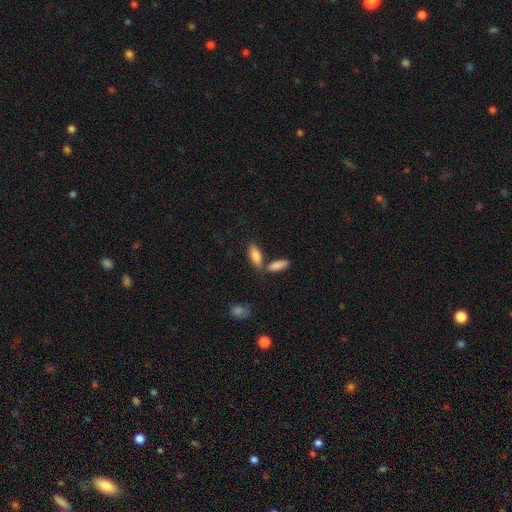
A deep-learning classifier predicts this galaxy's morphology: A smooth galaxy with no disk features (85%) that is in between round and cigar-shaped (73%).

Vote fractions:
- Smooth or featured? smooth: 85% / featured or disk: 9% / star or artifact: 6%
- How rounded? in between: 73% / cigar-shaped: 25% / round: 2%
- Merging? none: 57% / merger: 27% / minor disturbance: 12% / major disturbance: 4%